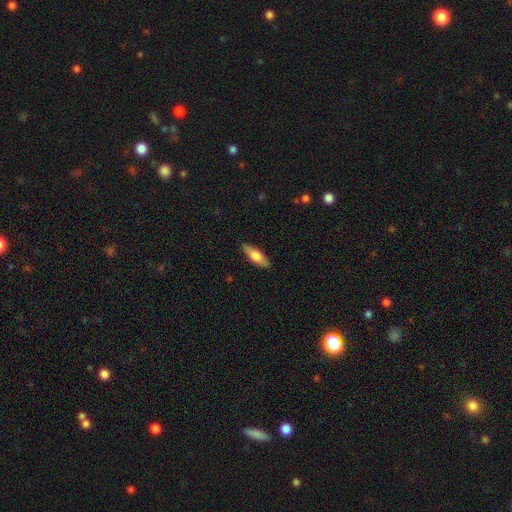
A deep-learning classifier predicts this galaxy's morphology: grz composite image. It shows a smooth galaxy with no disk features (63%) that is in between round and cigar-shaped (56%). Merging: none (88%).